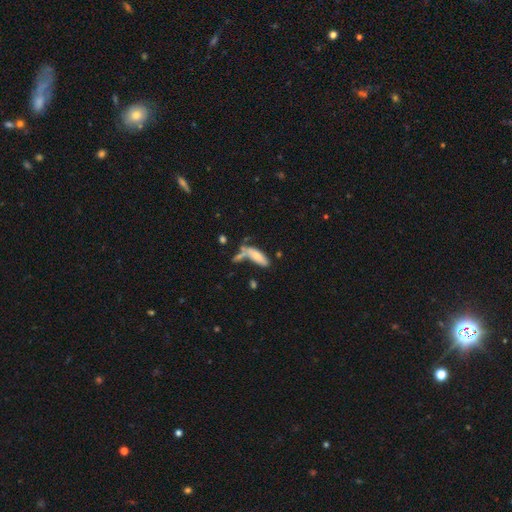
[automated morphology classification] Smooth or featured? Predicted: smooth (p=0.71). How rounded? Predicted: in between (p=0.56). Merging? Predicted: none (p=0.43).